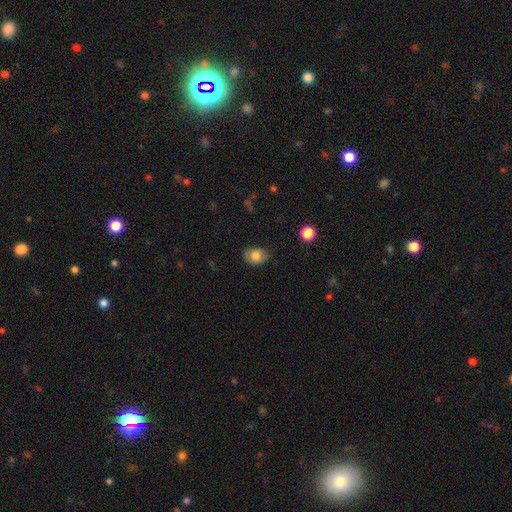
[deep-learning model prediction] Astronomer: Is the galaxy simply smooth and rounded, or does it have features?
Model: smooth — 78%.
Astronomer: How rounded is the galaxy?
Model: in between — 66%.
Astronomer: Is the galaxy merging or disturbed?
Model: none — 76%.